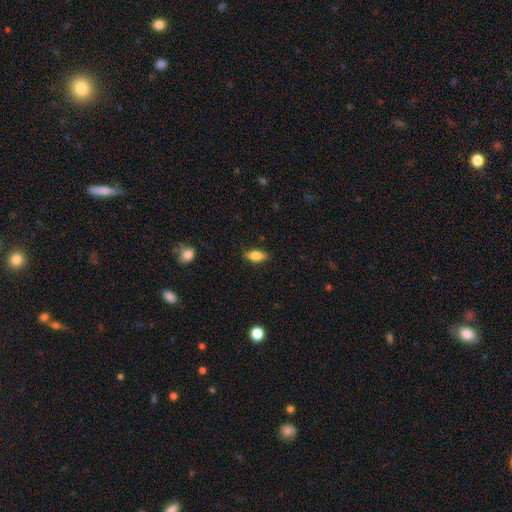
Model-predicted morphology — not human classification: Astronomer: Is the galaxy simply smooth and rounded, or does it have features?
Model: smooth — 73%.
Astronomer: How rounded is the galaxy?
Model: in between — 79%.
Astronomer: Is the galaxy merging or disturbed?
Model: none — 83%.